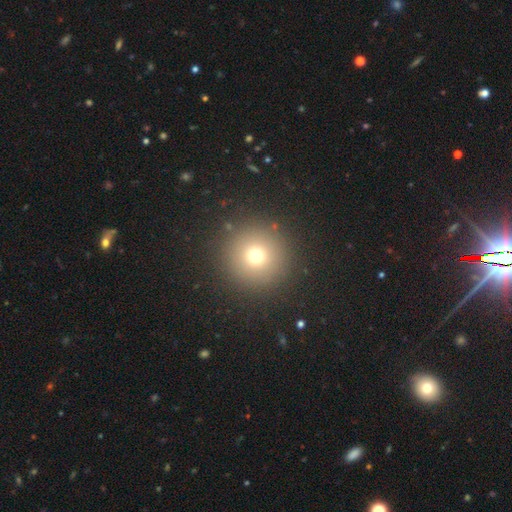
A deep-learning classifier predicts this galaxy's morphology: Smooth or featured? smooth (72%)
How rounded? round (96%)
Merging? none (90%)